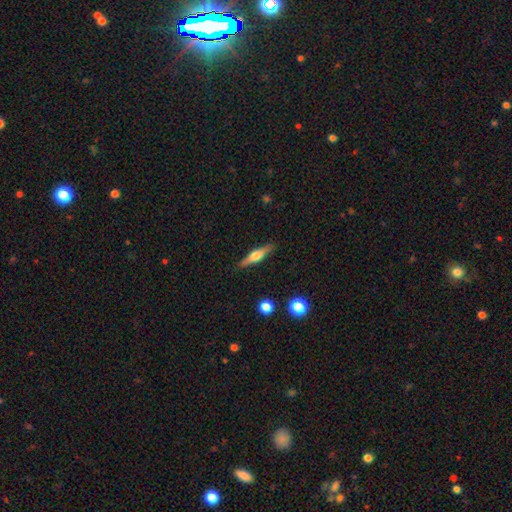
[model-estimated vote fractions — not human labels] A featured or disk galaxy (64%) viewed edge-on (97%) with a rounded central bulge (89%). Merging: none (89%).